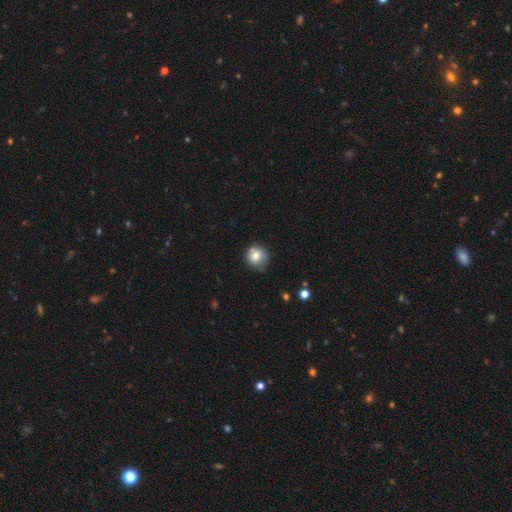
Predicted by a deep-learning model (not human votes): The model was most divided on "merging": none: 70%, minor disturbance: 21%, merger: 5%, major disturbance: 4%. More confident: how rounded — round (88%); smooth or featured — smooth (77%).